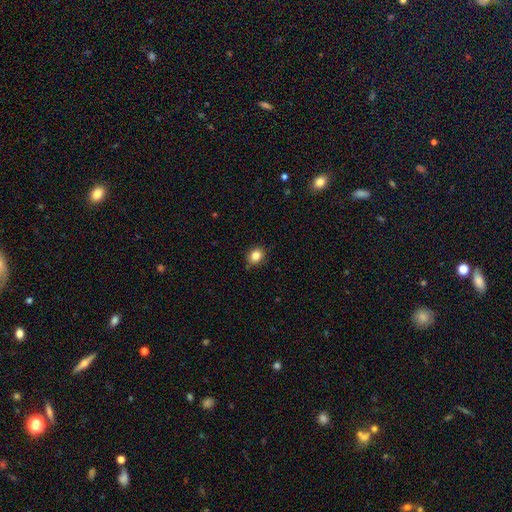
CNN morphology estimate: smooth 84%, star or artifact 10%, featured or disk 6%. Down the decision tree: how rounded — round (61%); merging — none (87%).